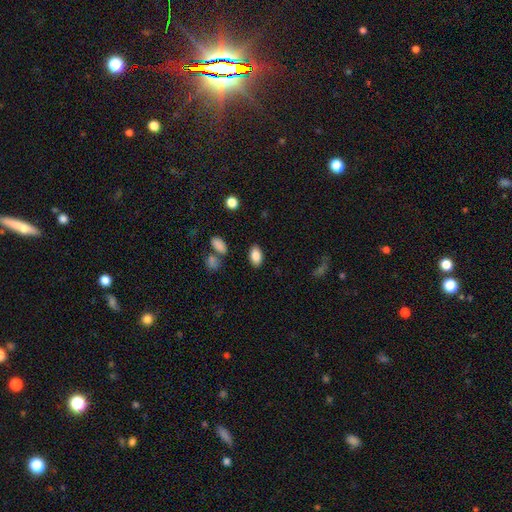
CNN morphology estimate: Smooth or featured? smooth (86%)
How rounded? in between (92%)
Merging? none (86%)